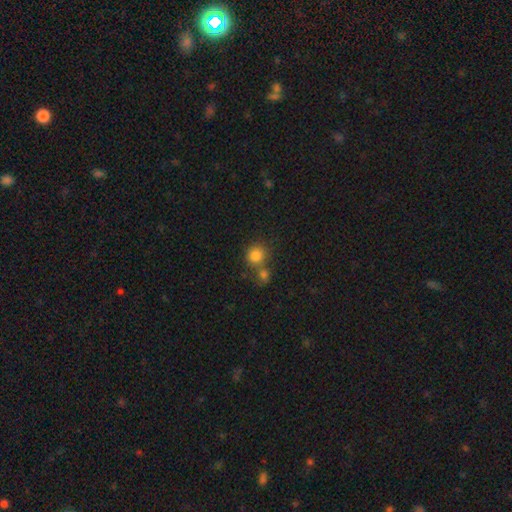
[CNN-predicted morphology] type=smooth (82%); roundness=round (88%); merging=none (54%).